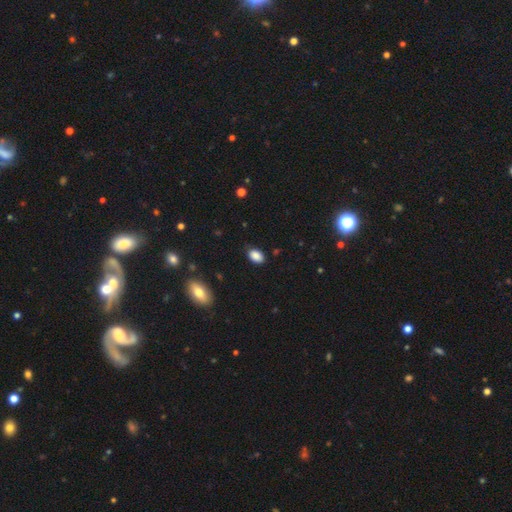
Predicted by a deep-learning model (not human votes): Smooth or featured? Predicted: smooth (p=0.87). How rounded? Predicted: in between (p=0.89). Merging? Predicted: none (p=0.82).